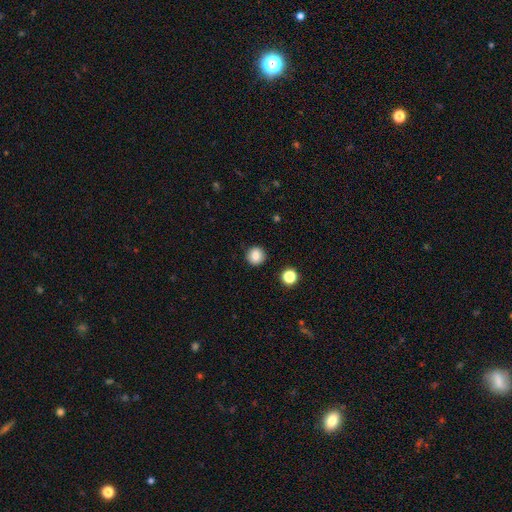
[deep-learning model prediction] Overall: smooth (84%). How rounded: round (93%). Merging: none (91%).